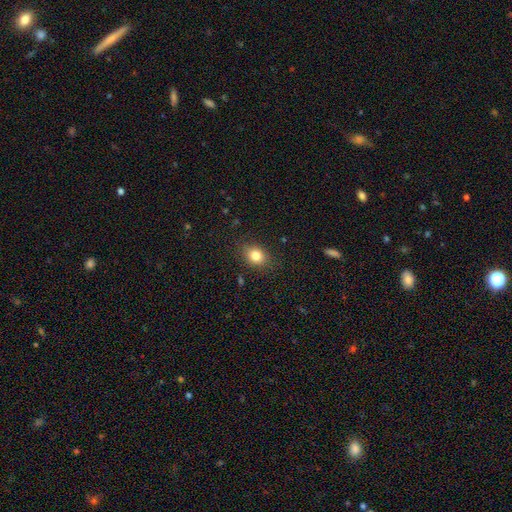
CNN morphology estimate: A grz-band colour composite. It shows a smooth galaxy with no disk features (82%) that is in between round and cigar-shaped (53%). Merging: none (84%).